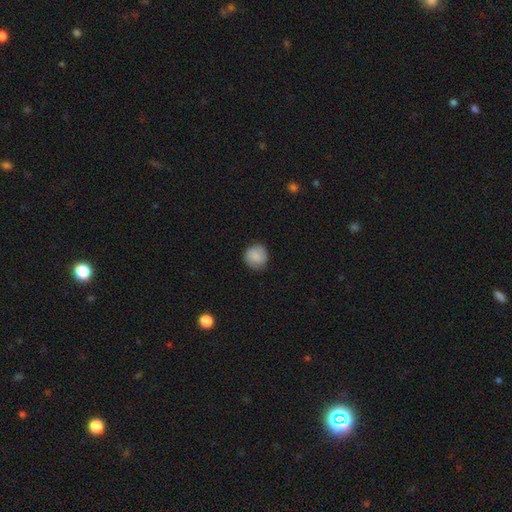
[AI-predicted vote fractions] A smooth galaxy with no disk features (82%) that is round (91%). Merging: none (83%).